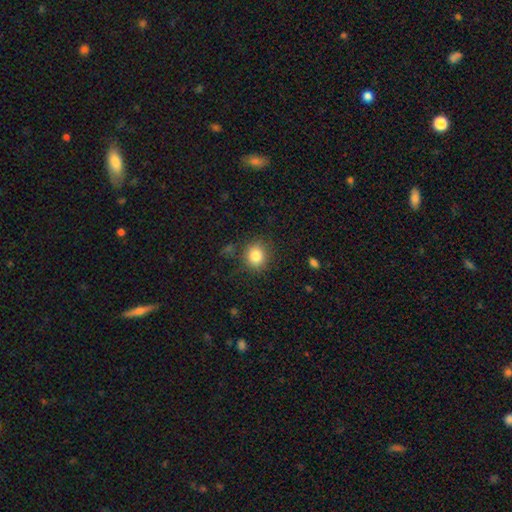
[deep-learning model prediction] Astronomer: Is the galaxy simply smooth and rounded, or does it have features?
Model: smooth — 84%.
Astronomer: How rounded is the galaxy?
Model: round — 80%.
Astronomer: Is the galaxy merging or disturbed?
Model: none — 82%.